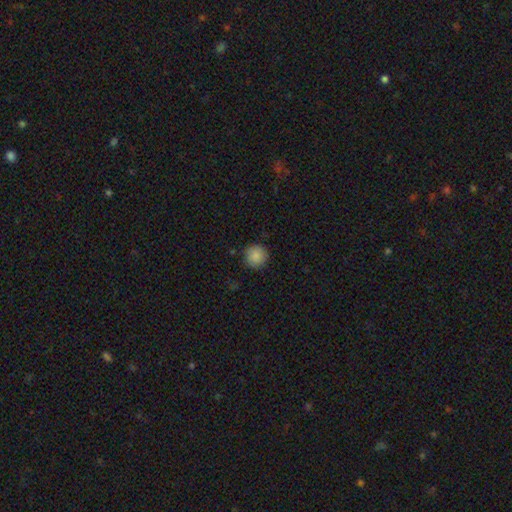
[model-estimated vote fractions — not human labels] This appears to be a smooth galaxy with no disk features (88%) that is round (94%). Merging: none (89%).